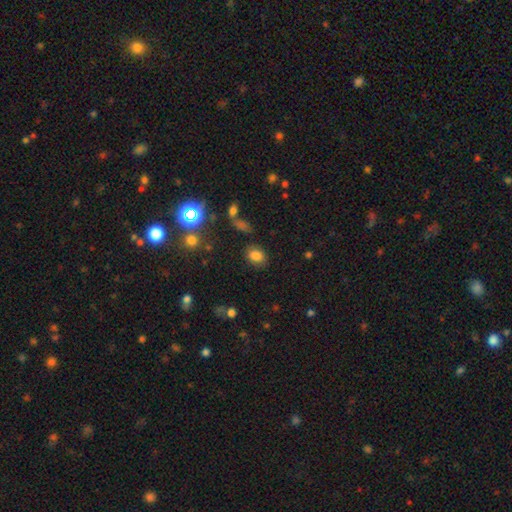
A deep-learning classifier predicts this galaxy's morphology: A smooth galaxy with no disk features (79%) that is in between round and cigar-shaped (66%). Merging: none (79%).